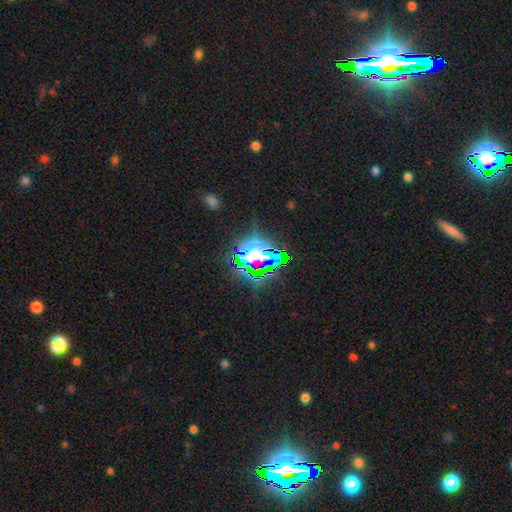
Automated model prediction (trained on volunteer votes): Smooth or featured: star or artifact — 75% (smooth — 13%)